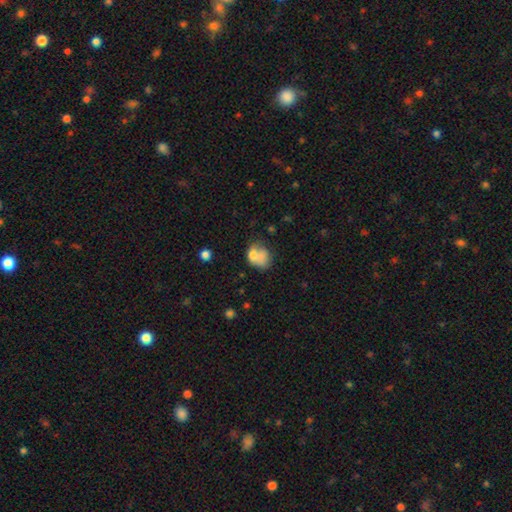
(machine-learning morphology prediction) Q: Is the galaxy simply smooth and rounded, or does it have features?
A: smooth — 70%.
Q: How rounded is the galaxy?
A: in between — 55%.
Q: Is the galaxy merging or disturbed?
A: merger — 35%.